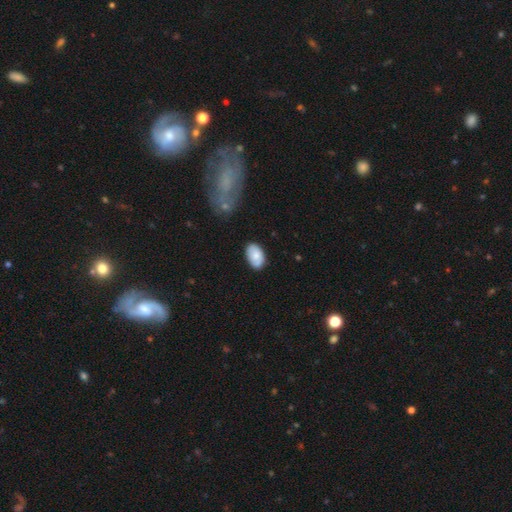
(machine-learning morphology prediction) Q: Smooth or featured?
A: smooth (77%); runner-up: featured or disk (17%)
Q: How rounded?
A: in between (92%); runner-up: round (7%)
Q: Merging?
A: none (79%); runner-up: minor disturbance (16%)